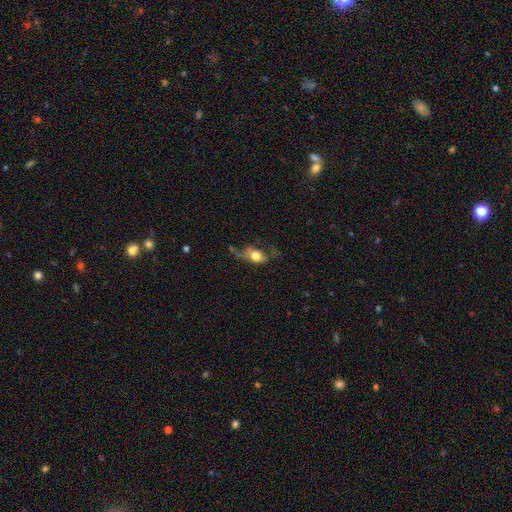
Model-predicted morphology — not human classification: Q: Smooth or featured?
A: smooth (66%); runner-up: featured or disk (25%)
Q: How rounded?
A: in between (77%); runner-up: round (16%)
Q: Merging?
A: none (41%); runner-up: minor disturbance (30%)